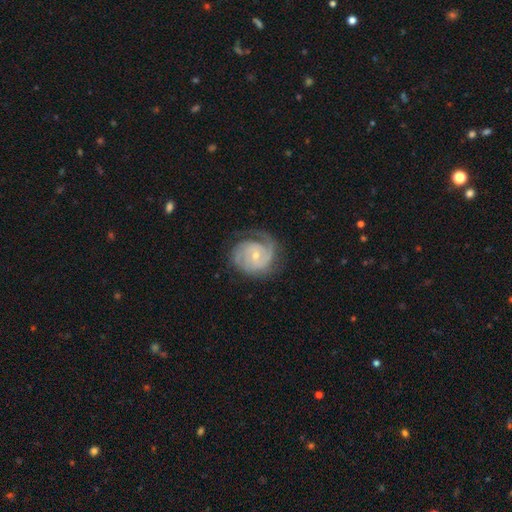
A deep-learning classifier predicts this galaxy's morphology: Smooth or featured: featured or disk — 85% (smooth — 10%)
Edge-on disk: no — 98% (yes — 2%)
Bar: no — 61% (weak — 33%)
Spiral arms: yes — 96% (no — 4%)
Spiral winding: tight — 64% (medium — 29%)
Spiral arm count: 2 — 40% (3 — 20%)
Bulge size: small — 61% (moderate — 35%)
Merging: none — 67% (minor disturbance — 20%)